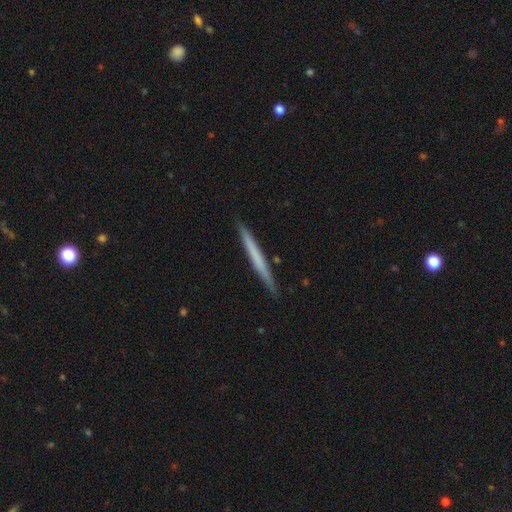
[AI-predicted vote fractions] Smooth or featured: smooth — 53% (featured or disk — 42%)
How rounded: cigar-shaped — 97% (in between — 2%)
Merging: none — 90% (minor disturbance — 7%)